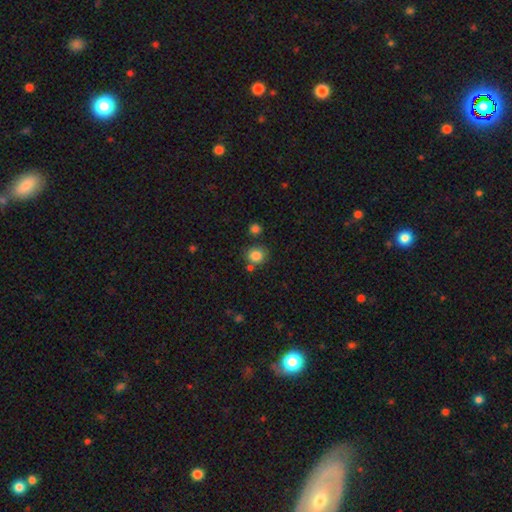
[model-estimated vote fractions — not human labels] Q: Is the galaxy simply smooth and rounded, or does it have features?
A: smooth — 84%.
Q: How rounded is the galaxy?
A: round — 83%.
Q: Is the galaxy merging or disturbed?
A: none — 76%.